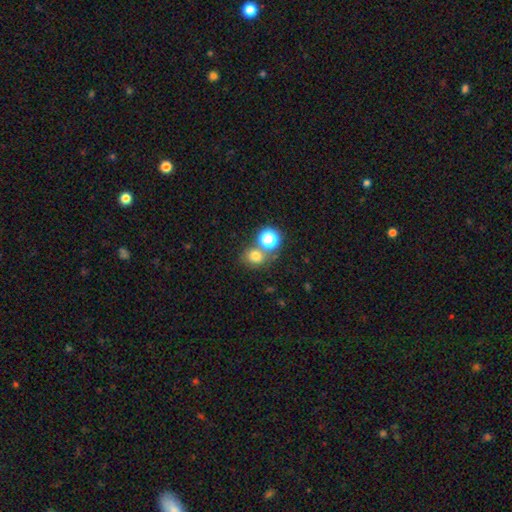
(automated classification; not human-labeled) This is likely a smooth galaxy (71%). How rounded: likely round (73%). Merging: likely none (61%).